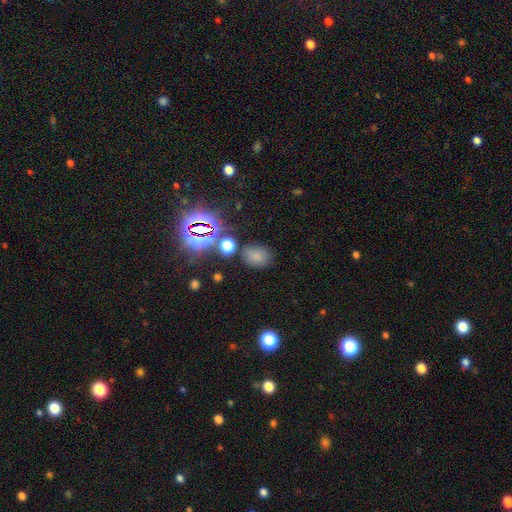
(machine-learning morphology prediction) smooth 67%, star or artifact 24%, featured or disk 9%. Down the decision tree: how rounded — in between (53%); merging — none (69%).